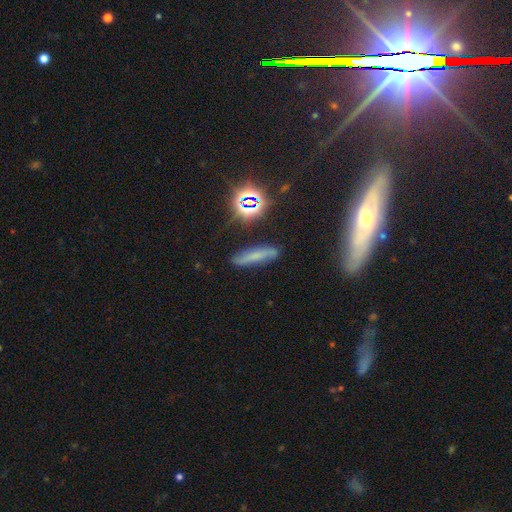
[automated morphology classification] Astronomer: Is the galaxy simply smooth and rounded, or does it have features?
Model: smooth — 51% (runner-up: featured or disk, 28%).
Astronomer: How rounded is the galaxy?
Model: cigar-shaped — 80%.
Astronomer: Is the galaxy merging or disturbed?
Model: none — 78%.